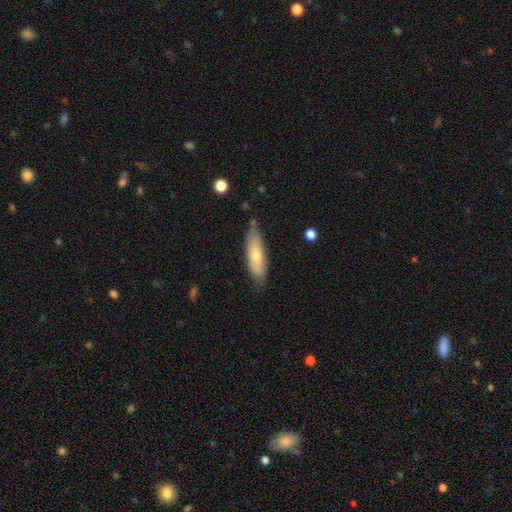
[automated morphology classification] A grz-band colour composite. It shows a smooth galaxy with no disk features (61%) that is cigar-shaped (56%). Merging: none (77%).